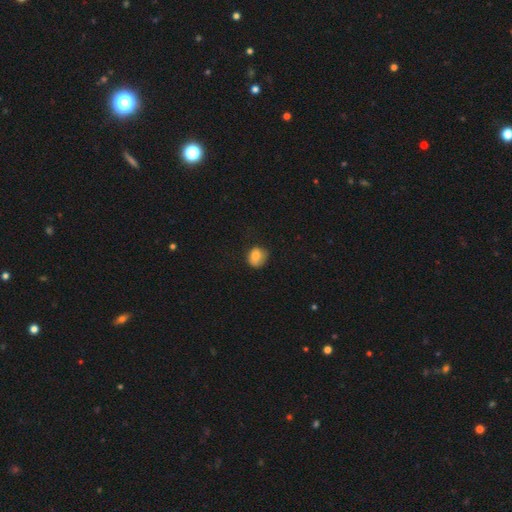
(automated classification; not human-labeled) A smooth galaxy with no disk features (80%) that is round (64%). Merging: none (60%).